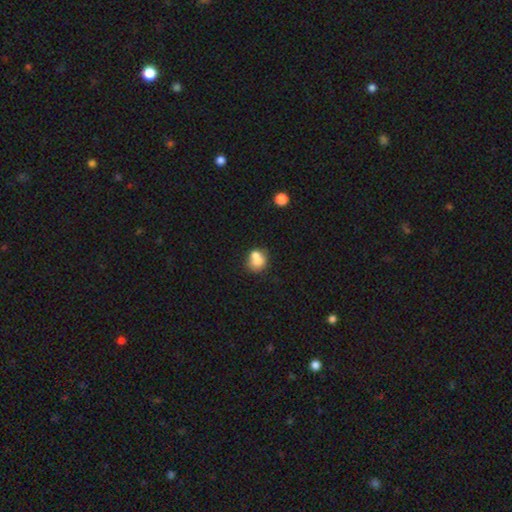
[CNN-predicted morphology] Smooth or featured? smooth (70%)
How rounded? round (68%)
Merging? merger (50%)